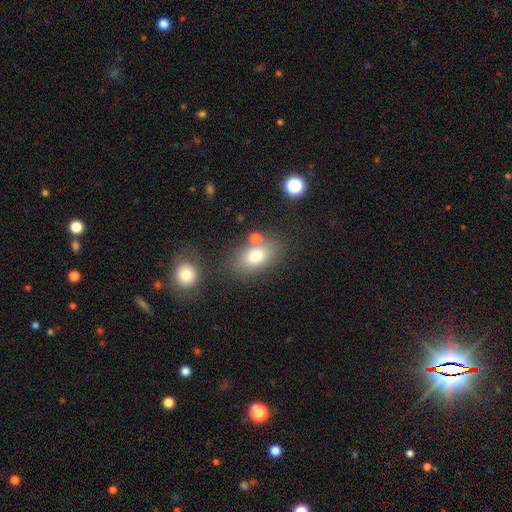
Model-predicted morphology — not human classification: The model was most divided on "merging": none: 68%, merger: 14%, minor disturbance: 13%, major disturbance: 5%. More confident: how rounded — in between (81%); smooth or featured — smooth (75%).